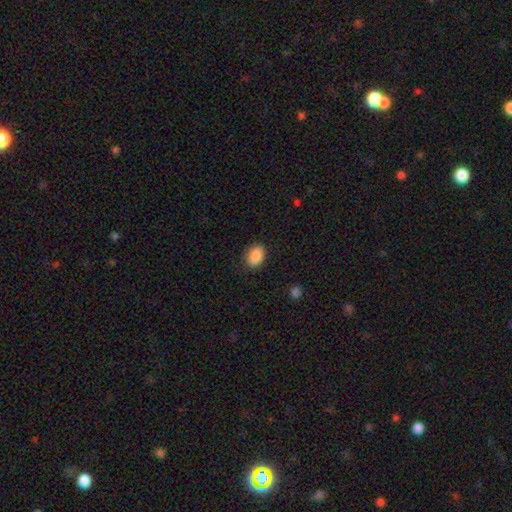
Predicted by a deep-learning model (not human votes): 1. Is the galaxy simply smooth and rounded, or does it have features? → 89% smooth, 7% star or artifact, 3% featured or disk.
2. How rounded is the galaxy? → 81% in between, 18% round, 1% cigar-shaped.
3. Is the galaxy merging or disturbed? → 86% none, 11% minor disturbance, 3% major disturbance, 1% merger.